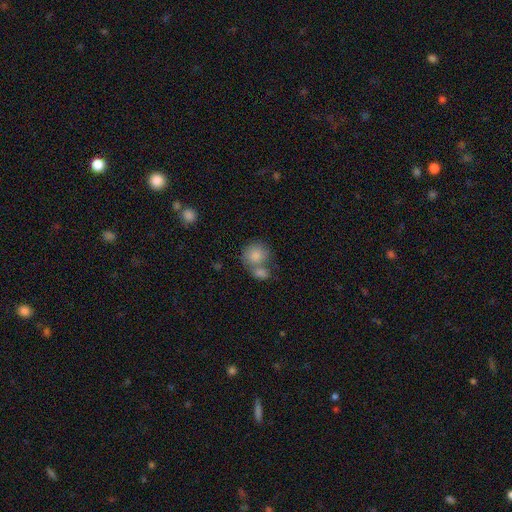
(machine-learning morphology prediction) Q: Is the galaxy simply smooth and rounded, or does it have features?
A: smooth — 83%.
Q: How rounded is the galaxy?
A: round — 79%.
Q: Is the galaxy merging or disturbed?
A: merger — 51%.